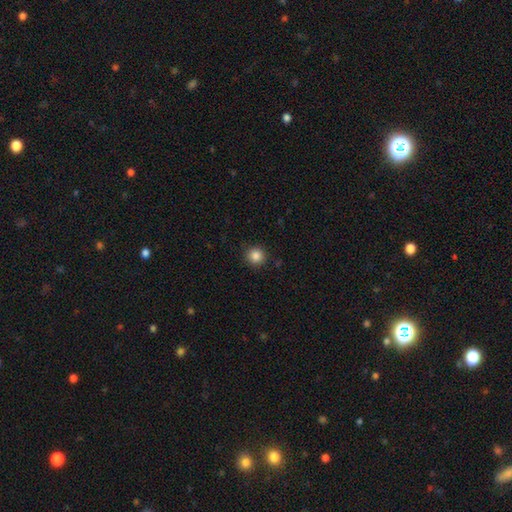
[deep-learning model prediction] A smooth galaxy with no disk features (86%) that is round (94%).

Vote fractions:
- Smooth or featured? smooth: 86% / star or artifact: 10% / featured or disk: 4%
- How rounded? round: 94% / in between: 5% / cigar-shaped: 1%
- Merging? none: 91% / minor disturbance: 6% / major disturbance: 2% / merger: 1%